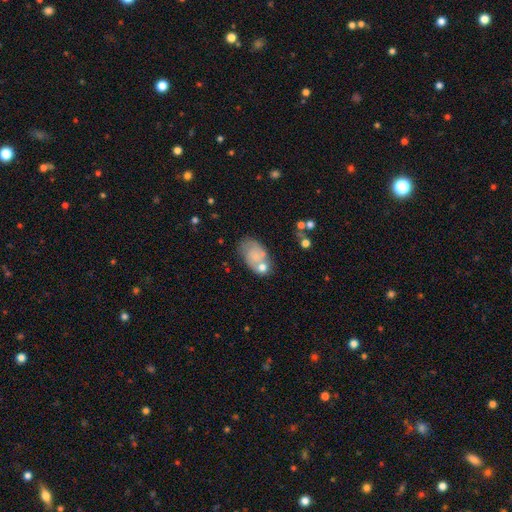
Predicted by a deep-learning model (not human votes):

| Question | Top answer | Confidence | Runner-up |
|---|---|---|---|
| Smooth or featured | smooth | 56% | featured or disk (35%) |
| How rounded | in between | 88% | round (11%) |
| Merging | none | 43% | minor disturbance (24%) |